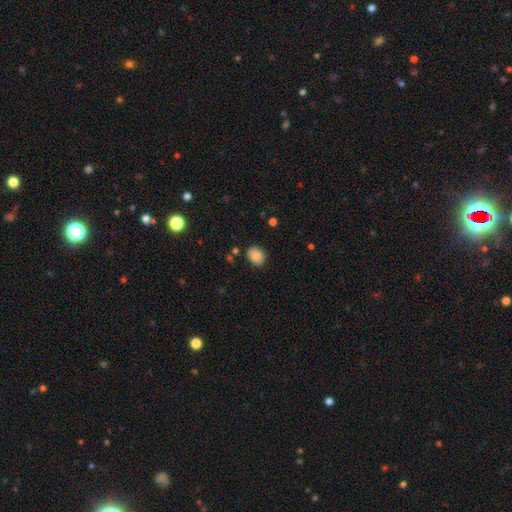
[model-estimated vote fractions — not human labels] smooth_or_featured: smooth (p=0.87) [alt: star or artifact p=0.09]
how_rounded: in between (p=0.66) [alt: round p=0.33]
merging: none (p=0.79) [alt: minor disturbance p=0.15]